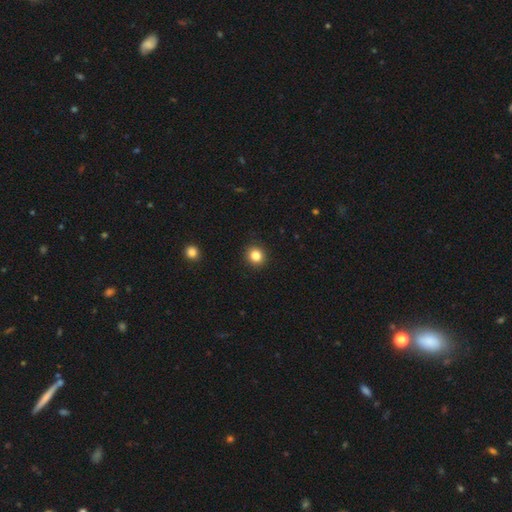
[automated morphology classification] Smooth or featured? smooth (84%)
How rounded? round (88%)
Merging? none (92%)